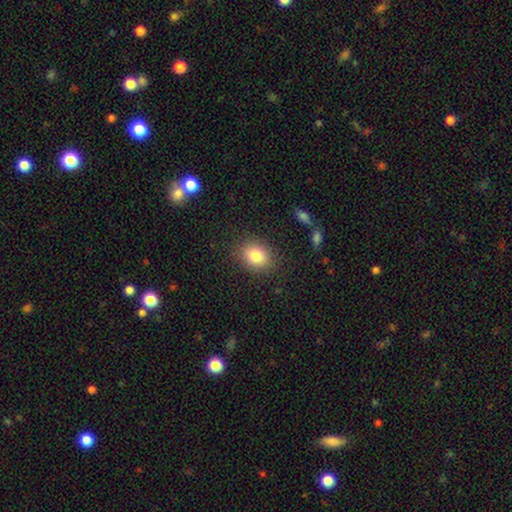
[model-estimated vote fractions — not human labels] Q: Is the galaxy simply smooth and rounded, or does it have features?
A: smooth — 81%.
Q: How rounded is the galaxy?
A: round — 53%.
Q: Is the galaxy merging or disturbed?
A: none — 86%.